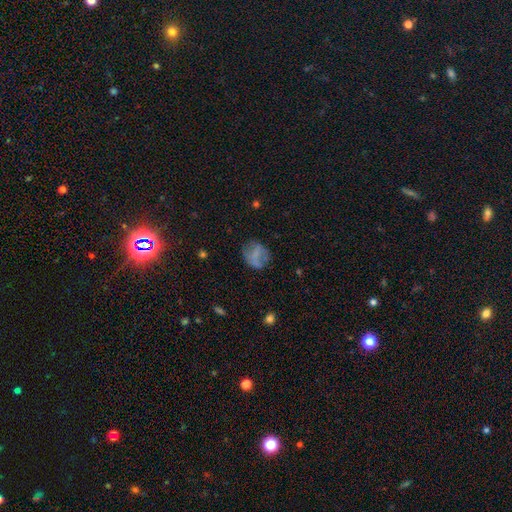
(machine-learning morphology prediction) Smooth or featured?
  - smooth: 58% *
  - featured or disk: 32%
  - star or artifact: 10%
How rounded?
  - round: 62% *
  - in between: 36%
  - cigar-shaped: 2%
Merging?
  - none: 62% *
  - minor disturbance: 22%
  - major disturbance: 14%
  - merger: 2%